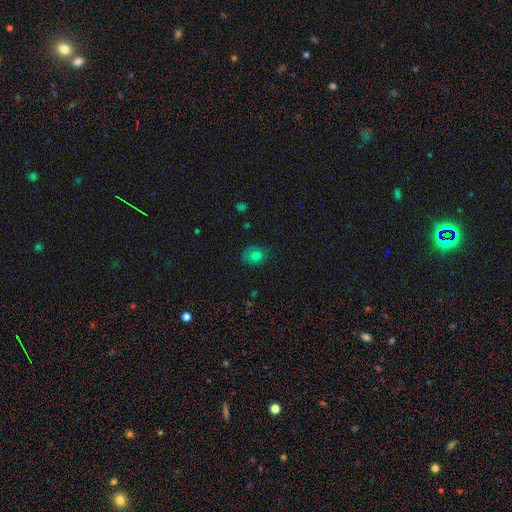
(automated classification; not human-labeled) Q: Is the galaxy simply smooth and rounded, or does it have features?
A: smooth — 69%.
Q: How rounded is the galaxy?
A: round — 55%.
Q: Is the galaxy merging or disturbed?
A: none — 60%.